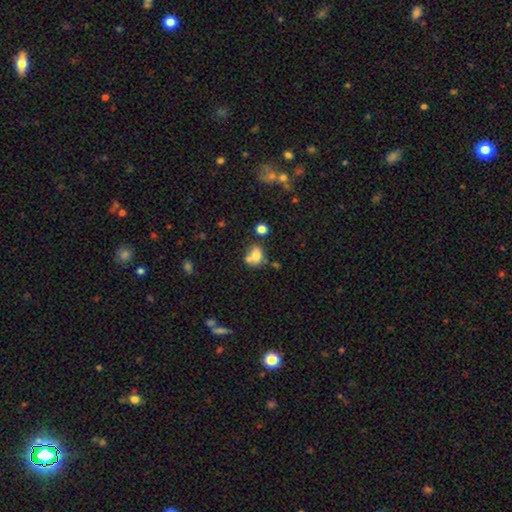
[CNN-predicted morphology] The model was most divided on "how rounded": in between: 50%, round: 49%, cigar-shaped: 1%. Remaining: smooth or featured — smooth (74%); merging — none (42%).